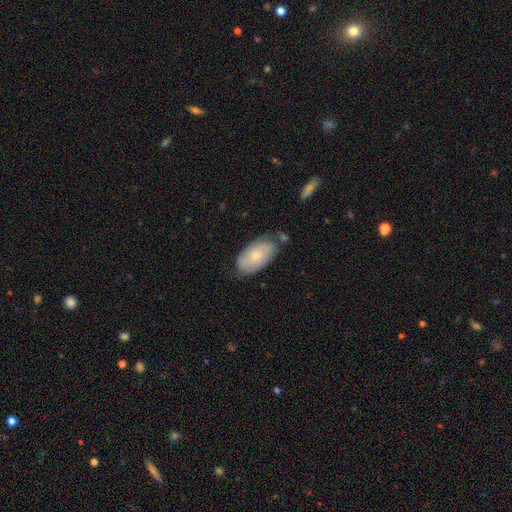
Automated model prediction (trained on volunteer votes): Smooth or featured: smooth — 60% (featured or disk — 34%)
How rounded: in between — 94% (round — 3%)
Merging: none — 65% (minor disturbance — 24%)